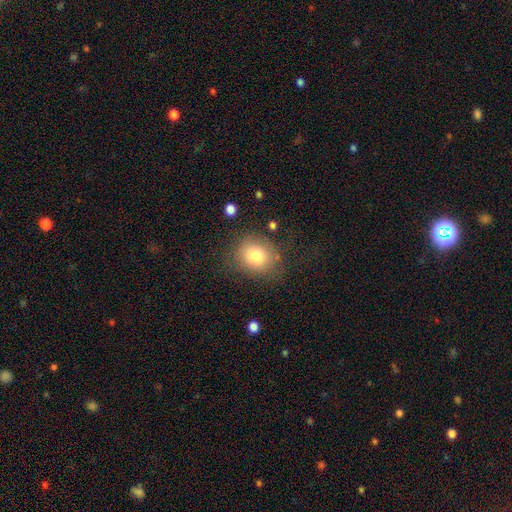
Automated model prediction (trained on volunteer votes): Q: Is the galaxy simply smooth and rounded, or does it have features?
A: smooth — 79%.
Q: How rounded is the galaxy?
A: round — 65%.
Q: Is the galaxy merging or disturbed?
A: none — 75%.